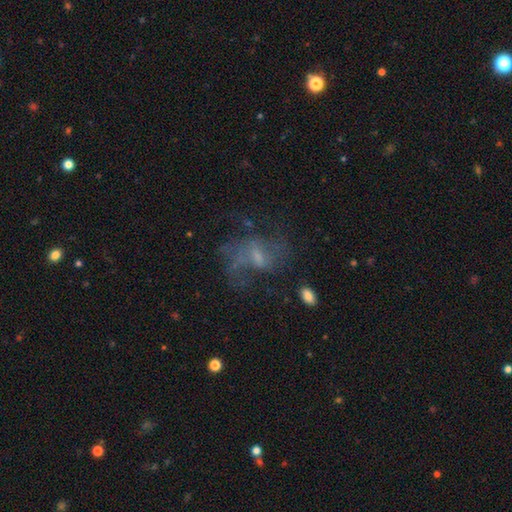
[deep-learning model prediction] Smooth or featured? Predicted: featured or disk (p=0.59). Edge-on disk? Predicted: no (p=0.96). Bar? Predicted: weak (p=0.45). Spiral arms? Predicted: yes (p=0.60). Bulge size? Predicted: small (p=0.39). Merging? Predicted: none (p=0.44).